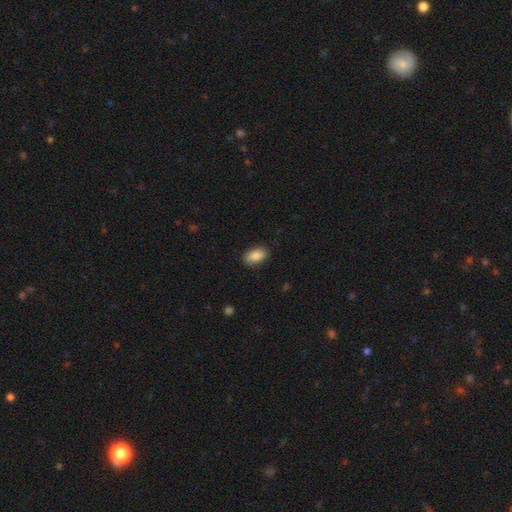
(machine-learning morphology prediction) Smooth or featured? Predicted: smooth (p=0.86). How rounded? Predicted: in between (p=0.91). Merging? Predicted: none (p=0.85).